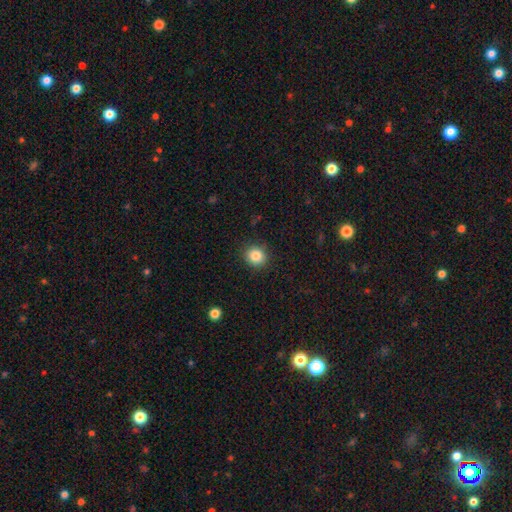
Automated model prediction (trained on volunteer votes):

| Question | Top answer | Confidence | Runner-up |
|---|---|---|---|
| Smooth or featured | smooth | 85% | star or artifact (10%) |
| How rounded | round | 87% | in between (12%) |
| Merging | none | 90% | minor disturbance (6%) |